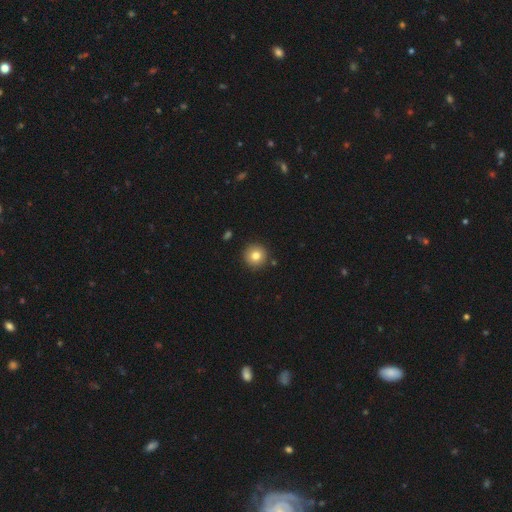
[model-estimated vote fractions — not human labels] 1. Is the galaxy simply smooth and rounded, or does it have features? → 81% smooth, 10% star or artifact, 9% featured or disk.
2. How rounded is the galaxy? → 95% round, 4% in between, 1% cigar-shaped.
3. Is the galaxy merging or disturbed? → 90% none, 6% minor disturbance, 2% merger, 2% major disturbance.